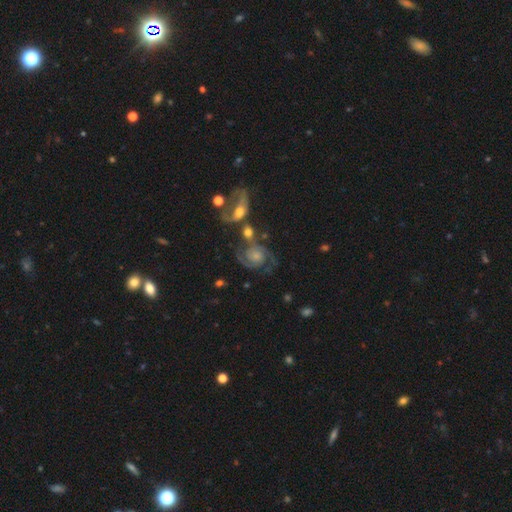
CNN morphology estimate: Smooth or featured? featured or disk (86%)
Edge-on disk? no (98%)
Bar? no (72%)
Spiral arms? yes (97%)
Spiral winding? medium (47%)
Spiral arm count? 2 (83%)
Bulge size? small (41%)
Merging? none (43%)